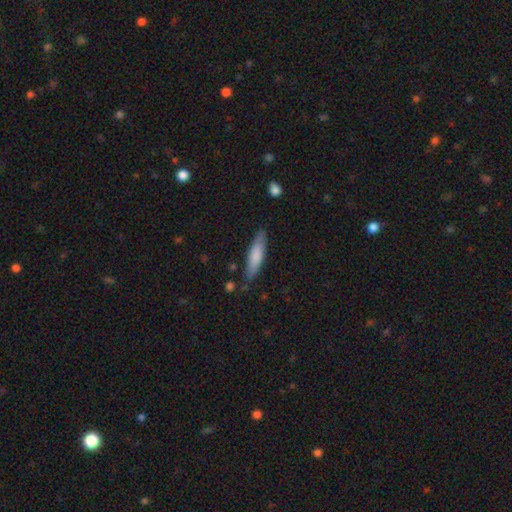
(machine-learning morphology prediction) A smooth galaxy with no disk features (76%) that is cigar-shaped (71%). Merging: none (81%).